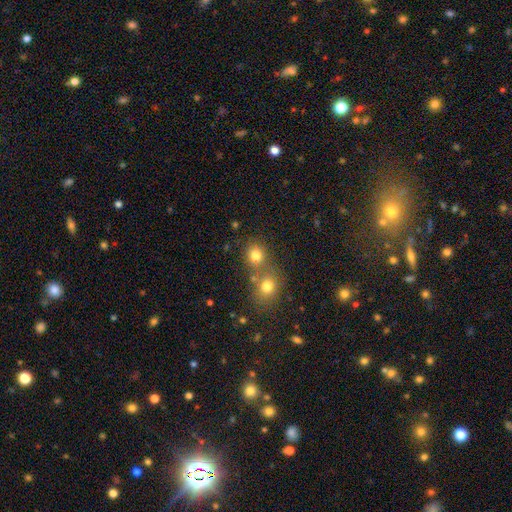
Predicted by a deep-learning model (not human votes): Q: Smooth or featured?
A: smooth (78%); runner-up: star or artifact (14%)
Q: How rounded?
A: round (74%); runner-up: in between (25%)
Q: Merging?
A: none (50%); runner-up: merger (38%)